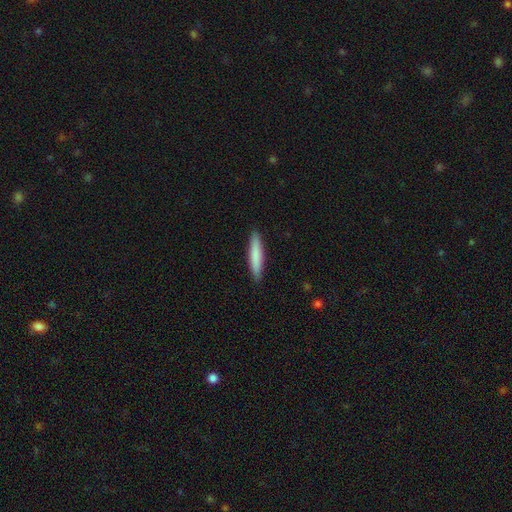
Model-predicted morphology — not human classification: A smooth galaxy with no disk features (79%) that is cigar-shaped (91%).

Vote fractions:
- Smooth or featured? smooth: 79% / featured or disk: 16% / star or artifact: 5%
- How rounded? cigar-shaped: 91% / in between: 8% / round: 1%
- Merging? none: 91% / minor disturbance: 7% / major disturbance: 1% / merger: 1%